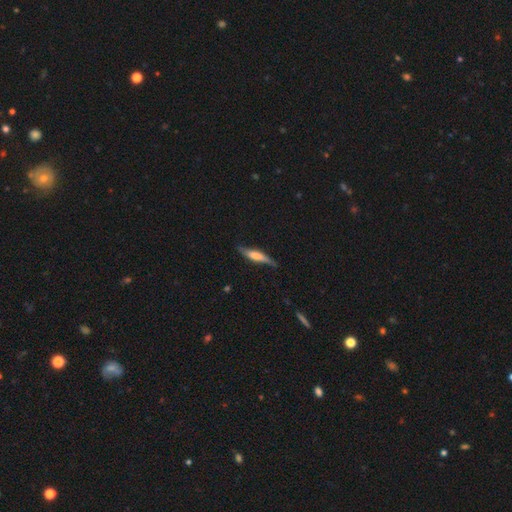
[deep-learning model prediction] smooth-or-featured: featured or disk: 51% | smooth: 44% | star or artifact: 6%
  disk-edge-on: yes: 82% | no: 18%
  merging: none: 69% | minor disturbance: 24% | major disturbance: 5% | merger: 2%